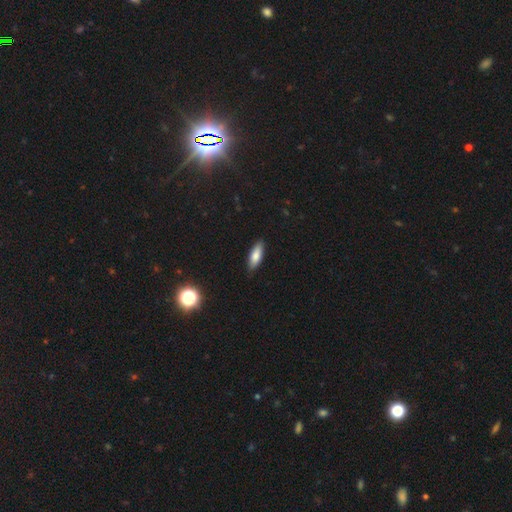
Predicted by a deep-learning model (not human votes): Smooth or featured? smooth (79%)
How rounded? in between (65%)
Merging? none (87%)